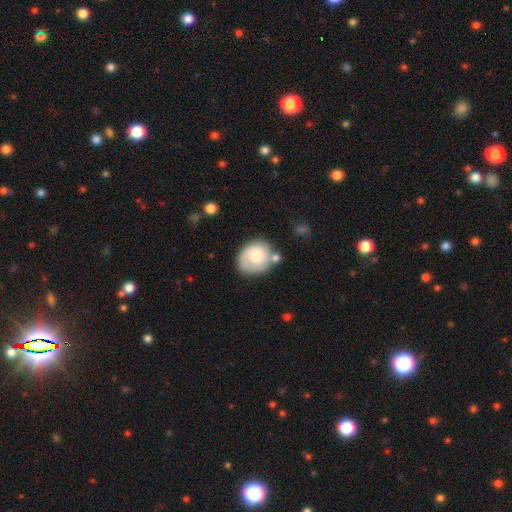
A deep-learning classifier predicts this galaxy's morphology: A smooth galaxy with no disk features (50%) that is round (64%). Merging: none (63%).